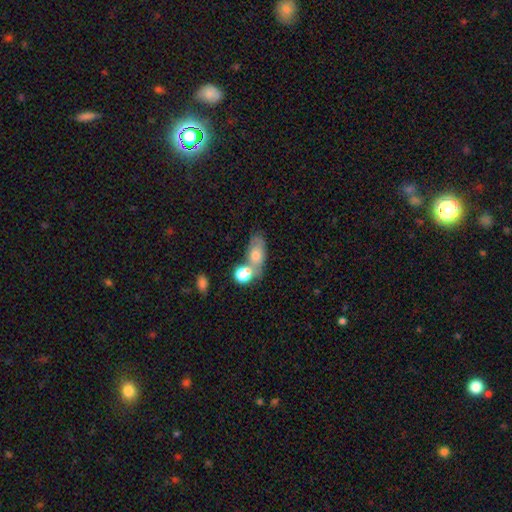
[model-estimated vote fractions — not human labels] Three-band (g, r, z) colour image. It shows a smooth galaxy with no disk features (66%) that is in between round and cigar-shaped (77%). Merging: merger (45%).